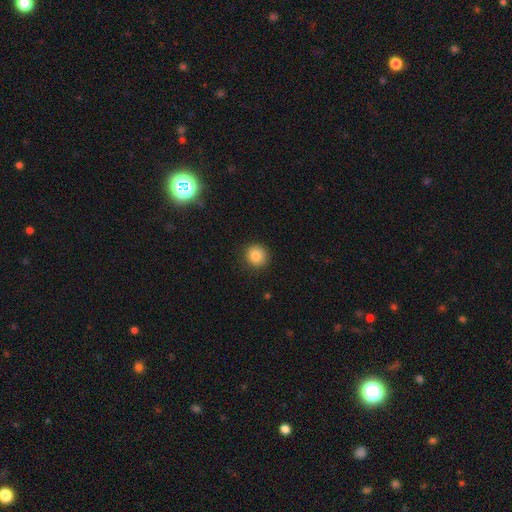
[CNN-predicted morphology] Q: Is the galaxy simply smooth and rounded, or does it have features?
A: smooth — 84%.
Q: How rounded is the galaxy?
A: round — 92%.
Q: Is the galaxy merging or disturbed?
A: none — 90%.